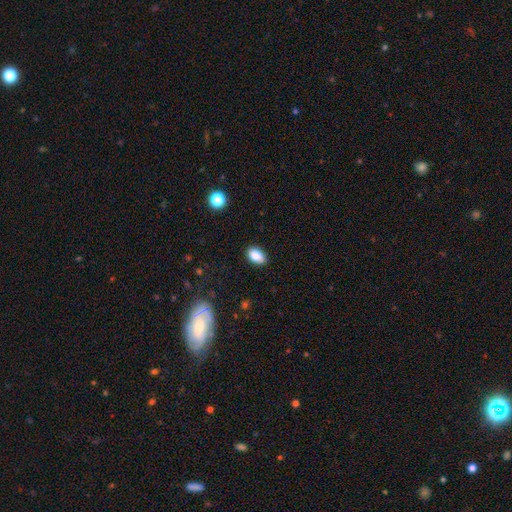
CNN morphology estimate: smooth_or_featured: smooth (p=0.86) [alt: star or artifact p=0.08]
how_rounded: in between (p=0.89) [alt: round p=0.10]
merging: none (p=0.85) [alt: minor disturbance p=0.12]